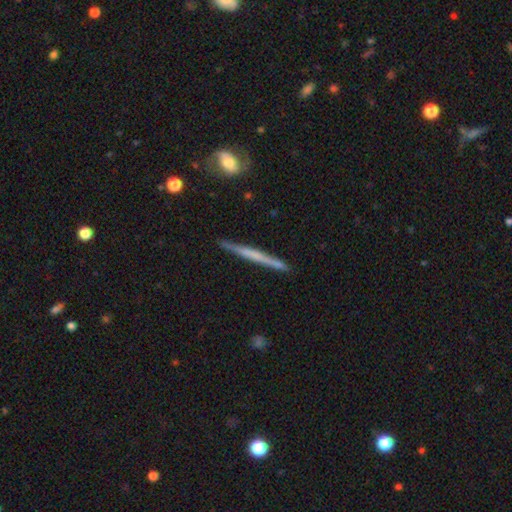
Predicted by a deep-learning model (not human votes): A featured or disk galaxy (58%) viewed edge-on (97%) with no central bulge (73%).

Vote fractions:
- Smooth or featured? featured or disk: 58% / smooth: 36% / star or artifact: 6%
- Edge-on disk? yes: 97% / no: 3%
- Edge-on bulge? none: 73% / rounded: 19% / boxy: 8%
- Merging? none: 89% / minor disturbance: 8% / merger: 2% / major disturbance: 2%